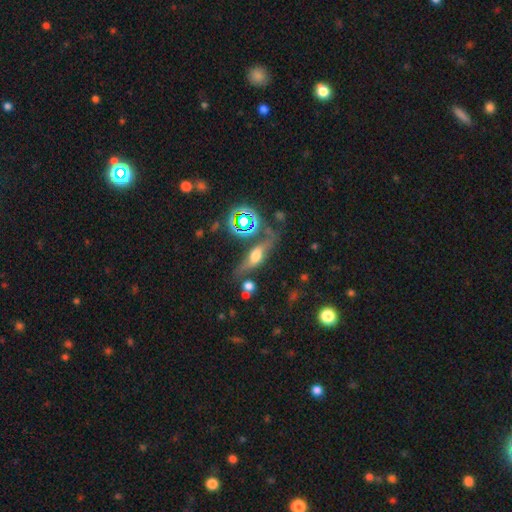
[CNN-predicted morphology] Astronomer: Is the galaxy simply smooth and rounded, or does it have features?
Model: featured or disk — 48% (runner-up: smooth, 36%).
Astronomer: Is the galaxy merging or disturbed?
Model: none — 63%.